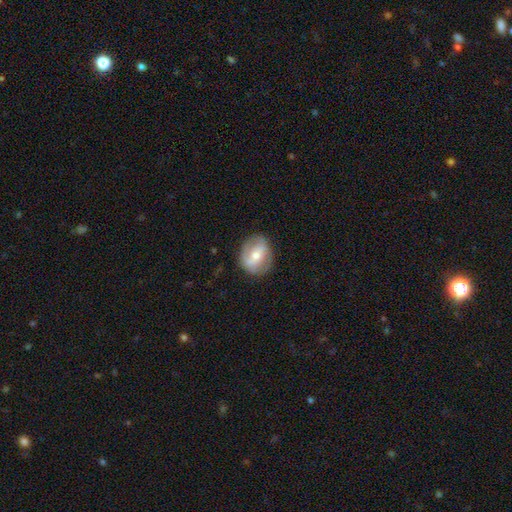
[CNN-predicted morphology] Overall: featured or disk (54%; smooth 39%). Edge-on disk: no (94%). Bar: strong (37%; weak 35%). Spiral arms: yes (52%; no 48%). Bulge size: moderate (54%; small 40%). Merging: none (79%).